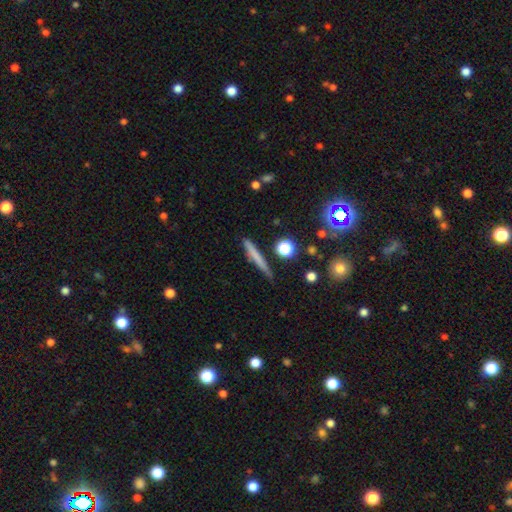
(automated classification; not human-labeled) smooth-or-featured: smooth: 64% | featured or disk: 28% | star or artifact: 9%
  how-rounded: cigar-shaped: 93% | in between: 4% | round: 3%
  merging: none: 81% | minor disturbance: 14% | major disturbance: 3% | merger: 2%